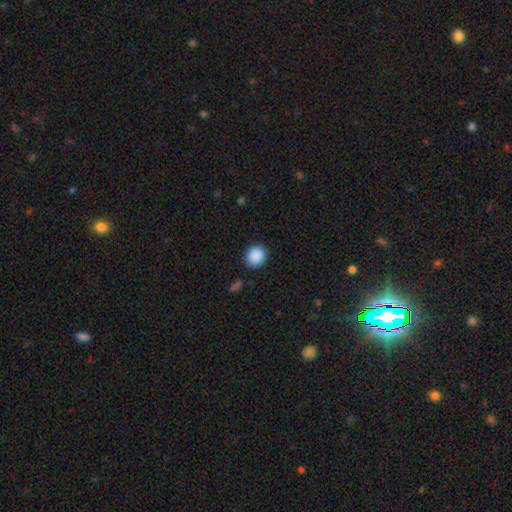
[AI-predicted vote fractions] A smooth galaxy with no disk features (89%) that is round (84%). Merging: none (89%).